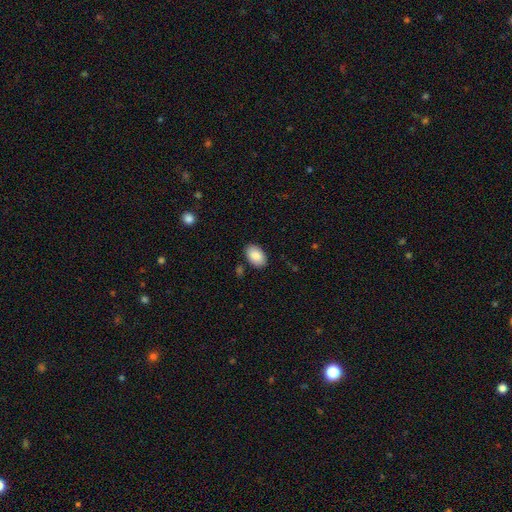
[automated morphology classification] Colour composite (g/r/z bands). It shows a smooth galaxy with no disk features (86%) that is in between round and cigar-shaped (92%). Merging: none (87%).